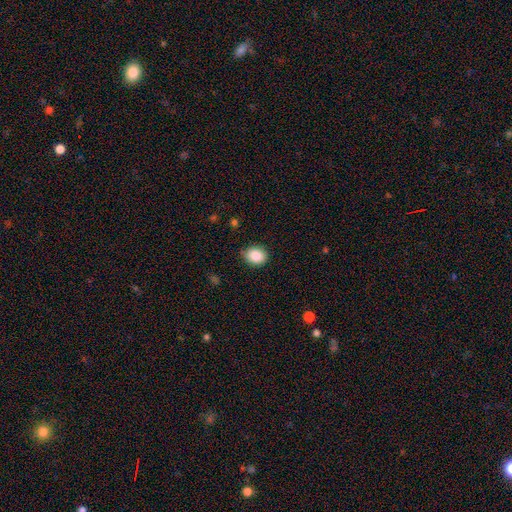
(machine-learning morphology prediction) Smooth or featured: smooth — 87% (star or artifact — 8%)
How rounded: round — 56% (in between — 43%)
Merging: none — 83% (minor disturbance — 13%)